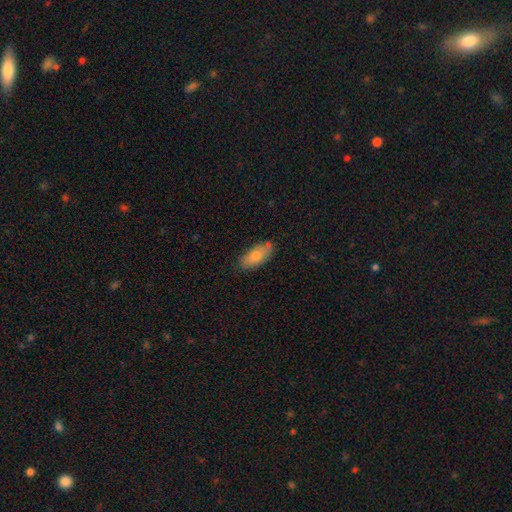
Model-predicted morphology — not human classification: smooth-or-featured: smooth: 74% | featured or disk: 19% | star or artifact: 7%
  how-rounded: in between: 85% | cigar-shaped: 13% | round: 3%
  merging: none: 75% | minor disturbance: 18% | merger: 4% | major disturbance: 3%